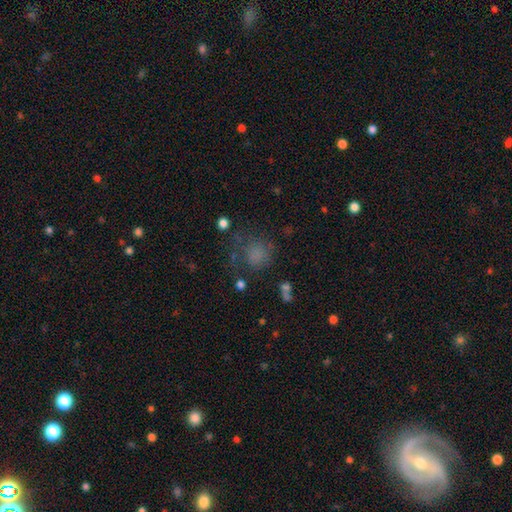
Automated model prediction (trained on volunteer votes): The model was most divided on "merging": none: 50%, major disturbance: 25%, minor disturbance: 20%, merger: 5%. More confident: how rounded — round (80%); smooth or featured — smooth (63%).